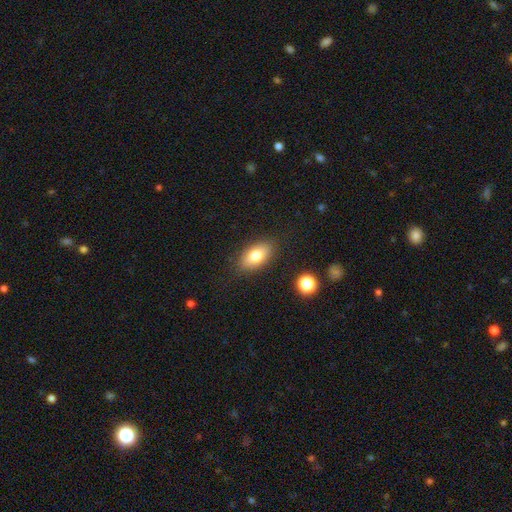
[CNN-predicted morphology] Smooth or featured? Predicted: smooth (p=0.76). How rounded? Predicted: in between (p=0.89). Merging? Predicted: none (p=0.85).